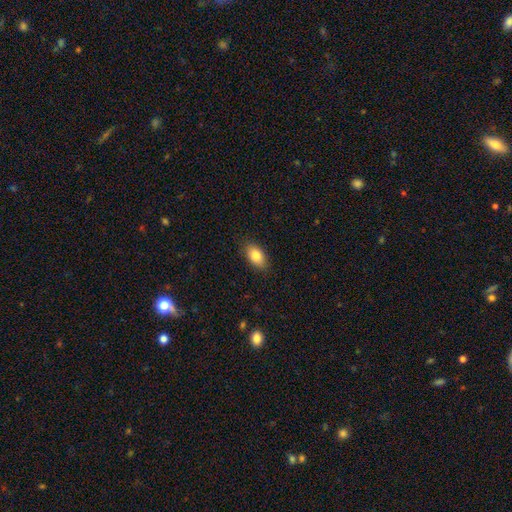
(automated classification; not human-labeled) This appears to be a smooth galaxy with no disk features (84%) that is in between round and cigar-shaped (90%). Merging: none (86%).